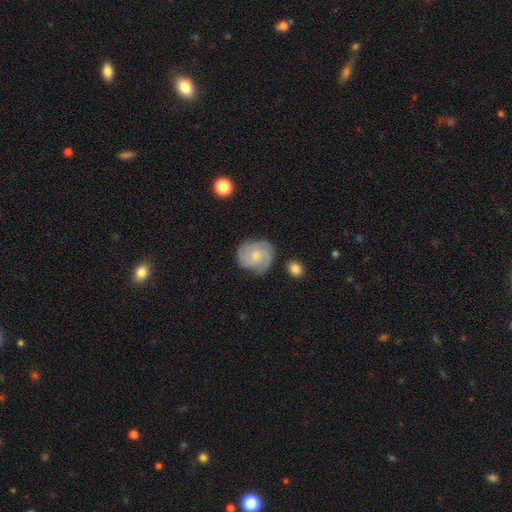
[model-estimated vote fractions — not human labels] The model was most divided on "bulge size": small: 51%, moderate: 39%, none: 6%, large: 3%, dominant: 1%. More confident: edge-on disk — no (98%); spiral arms — yes (89%); bar — no (76%); merging — none (73%); smooth or featured — featured or disk (55%).